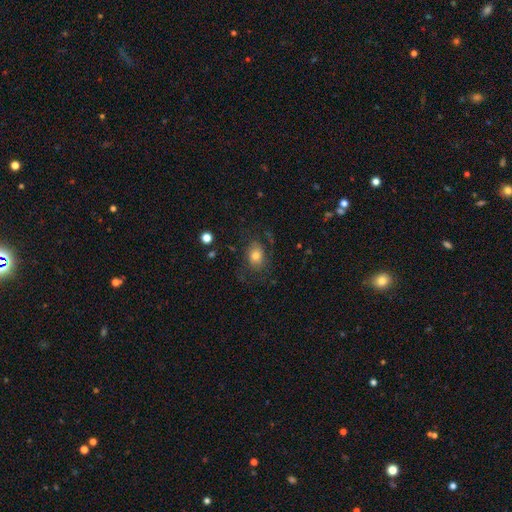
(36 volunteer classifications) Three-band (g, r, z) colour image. It shows a smooth galaxy with no disk features (81%) that is in between round and cigar-shaped (72%). Merging: none (65%).